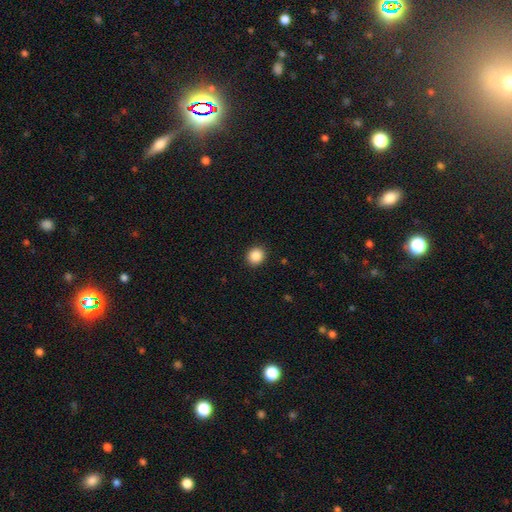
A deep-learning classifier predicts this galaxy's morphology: A smooth galaxy with no disk features (87%) that is round (81%).

Vote fractions:
- Smooth or featured? smooth: 87% / star or artifact: 9% / featured or disk: 3%
- How rounded? round: 81% / in between: 18% / cigar-shaped: 1%
- Merging? none: 91% / minor disturbance: 6% / major disturbance: 2% / merger: 1%